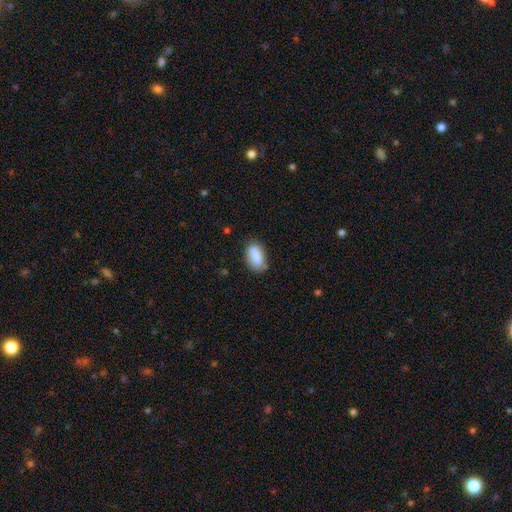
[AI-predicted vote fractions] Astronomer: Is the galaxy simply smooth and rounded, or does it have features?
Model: smooth — 85%.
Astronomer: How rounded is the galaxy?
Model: in between — 91%.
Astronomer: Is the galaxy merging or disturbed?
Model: none — 71%.